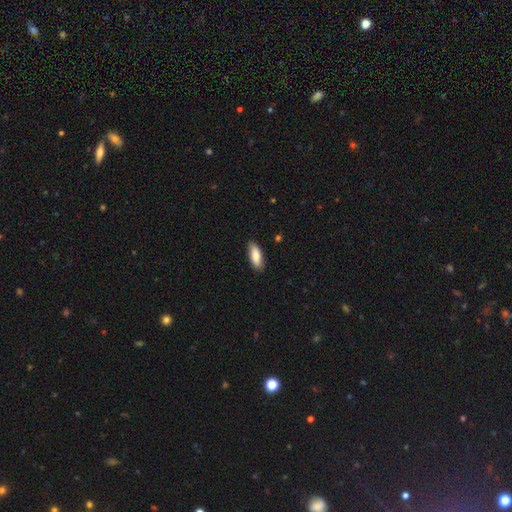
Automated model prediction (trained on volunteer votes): Smooth or featured? Predicted: smooth (p=0.84). How rounded? Predicted: in between (p=0.73). Merging? Predicted: none (p=0.86).